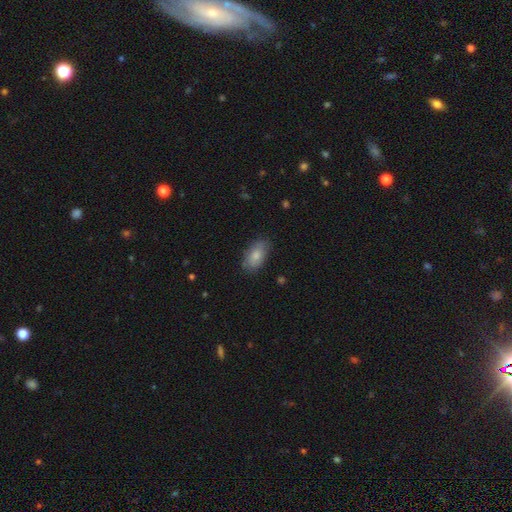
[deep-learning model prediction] Morphology: type=smooth (82%); roundness=in between (92%); merging=none (79%).